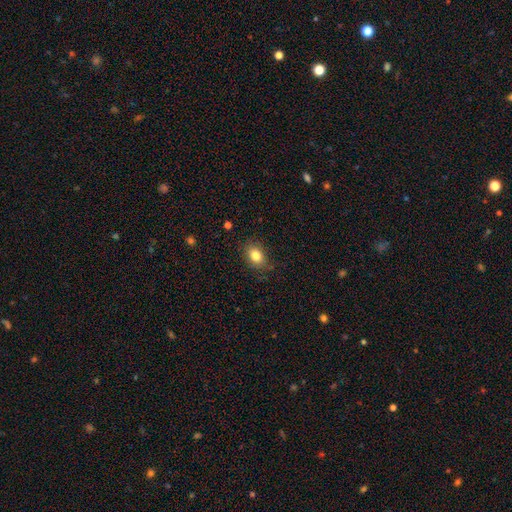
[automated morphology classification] A smooth galaxy with no disk features (83%) that is in between round and cigar-shaped (72%). Merging: none (81%).